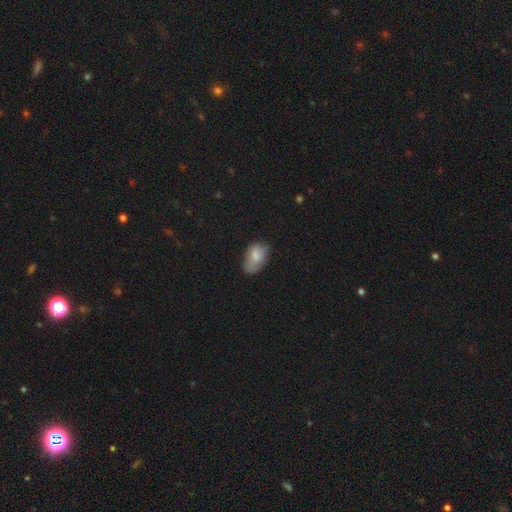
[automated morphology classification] This appears to be a smooth galaxy with no disk features (72%) that is in between round and cigar-shaped (90%). Merging: none (48%).